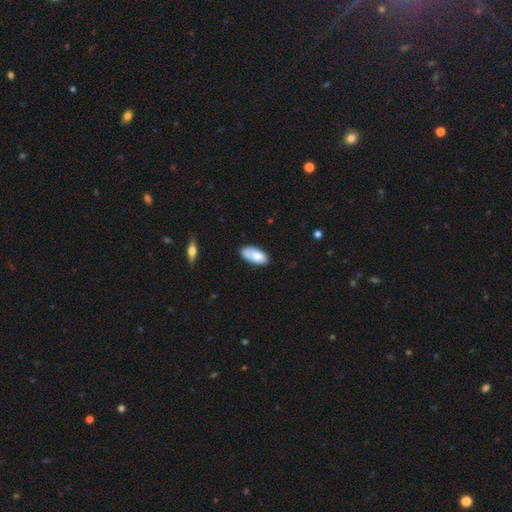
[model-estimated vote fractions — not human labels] Smooth or featured? smooth (80%)
How rounded? in between (92%)
Merging? none (70%)